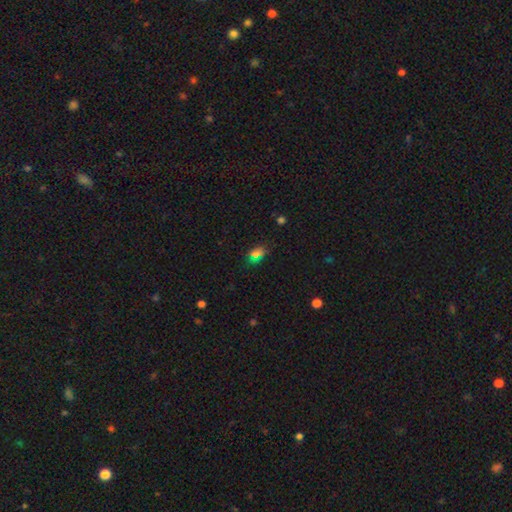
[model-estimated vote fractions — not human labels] A smooth galaxy with no disk features (64%) that is in between round and cigar-shaped (76%).

Vote fractions:
- Smooth or featured? smooth: 64% / star or artifact: 26% / featured or disk: 10%
- How rounded? in between: 76% / round: 21% / cigar-shaped: 3%
- Merging? none: 80% / minor disturbance: 14% / major disturbance: 4% / merger: 3%